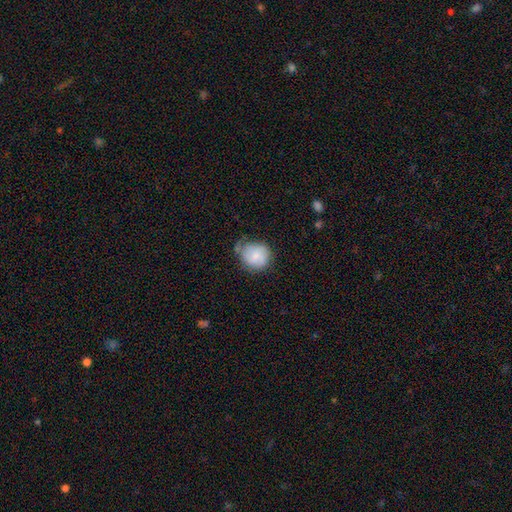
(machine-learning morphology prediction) Smooth or featured? smooth (75%)
How rounded? round (81%)
Merging? none (48%)